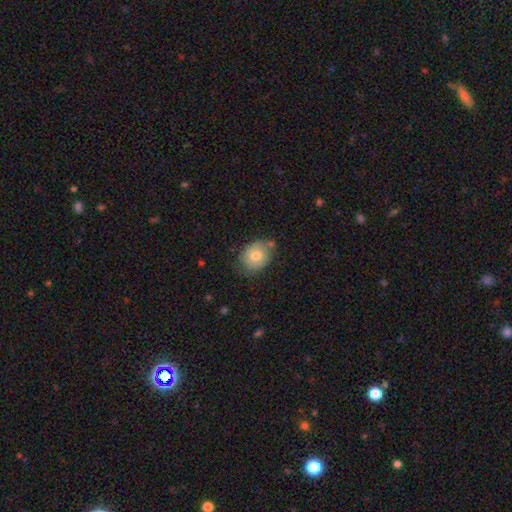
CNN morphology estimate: smooth 68%, featured or disk 24%, star or artifact 8%. Down the decision tree: how rounded — in between (59%); merging — none (63%).